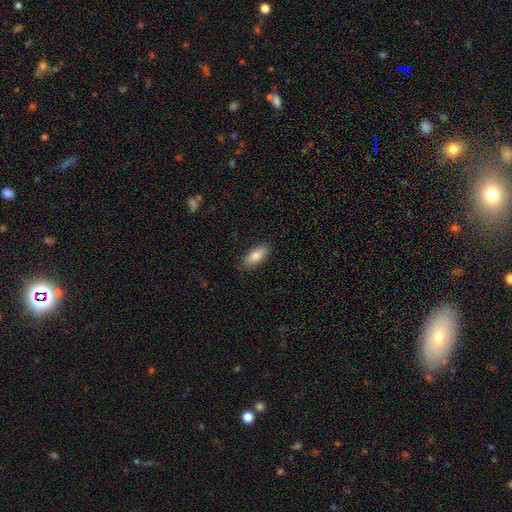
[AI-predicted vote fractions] This appears to be a smooth galaxy with no disk features (81%) that is in between round and cigar-shaped (84%). Merging: none (88%).